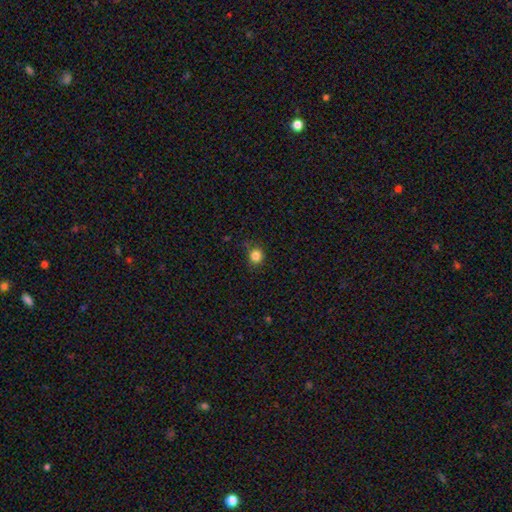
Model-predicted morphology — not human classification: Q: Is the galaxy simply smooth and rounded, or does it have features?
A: smooth — 83%.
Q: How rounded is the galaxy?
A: round — 87%.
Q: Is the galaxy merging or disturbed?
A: none — 79%.